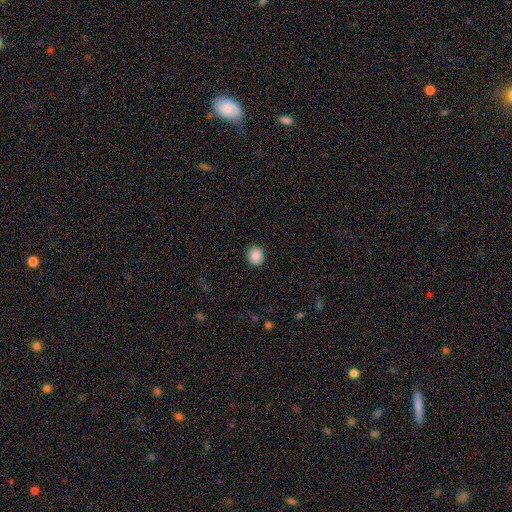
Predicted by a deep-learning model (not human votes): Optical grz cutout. It shows a smooth galaxy with no disk features (89%) that is round (77%). Merging: none (90%).